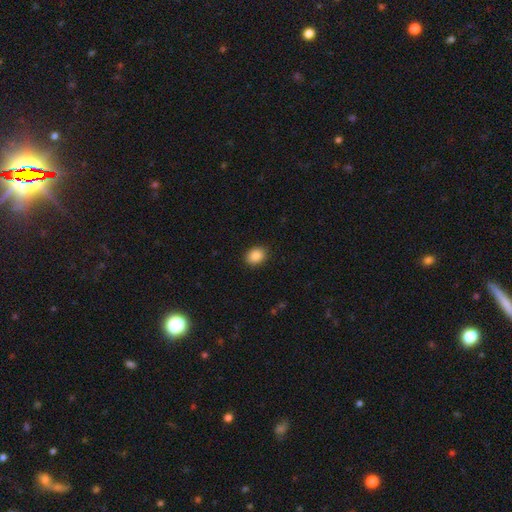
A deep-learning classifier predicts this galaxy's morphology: This is clearly a smooth galaxy (88%). How rounded: possibly in between (59%). Merging: clearly none (89%).